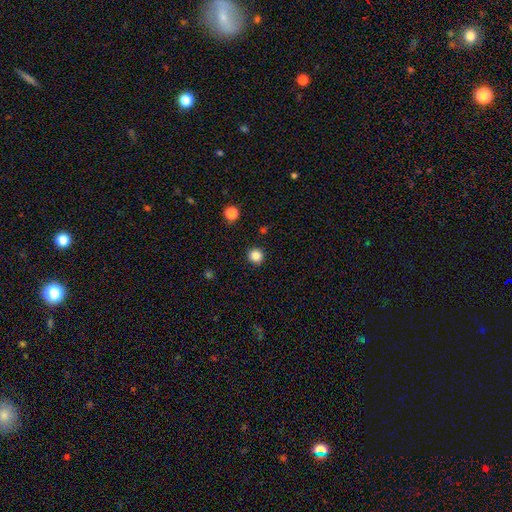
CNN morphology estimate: This is clearly a smooth galaxy (85%). How rounded: clearly round (94%). Merging: clearly none (92%).